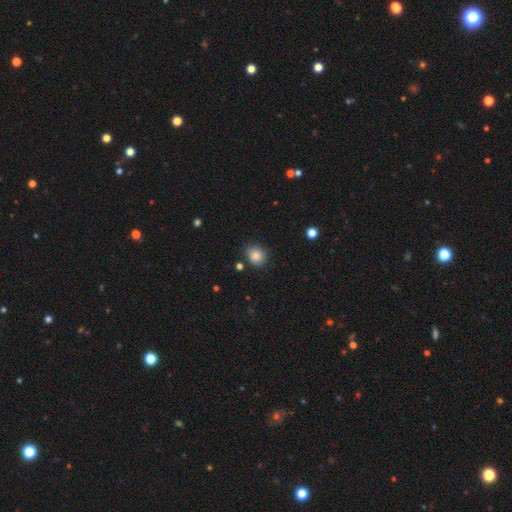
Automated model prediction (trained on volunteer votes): Smooth or featured: smooth — 84% (star or artifact — 10%)
How rounded: round — 75% (in between — 24%)
Merging: none — 83% (minor disturbance — 12%)